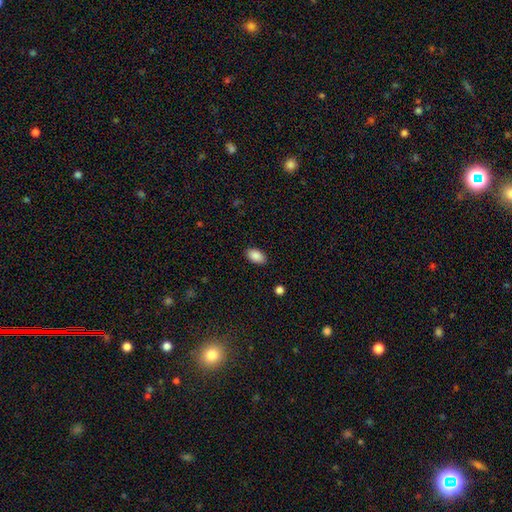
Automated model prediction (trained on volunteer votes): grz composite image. It shows a smooth galaxy with no disk features (89%) that is in between round and cigar-shaped (92%). Merging: none (88%).